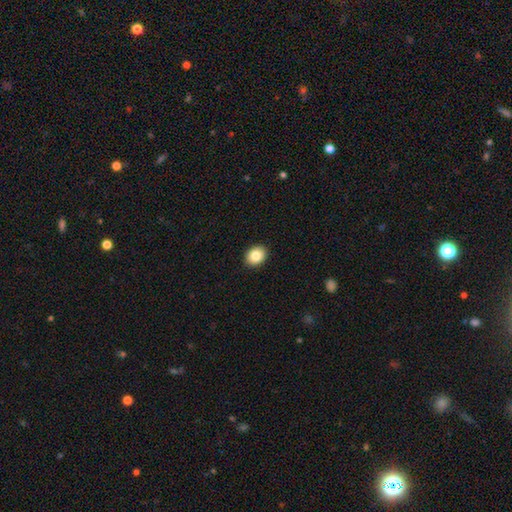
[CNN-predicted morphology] This appears to be a smooth galaxy with no disk features (85%) that is in between round and cigar-shaped (54%). Merging: none (92%).